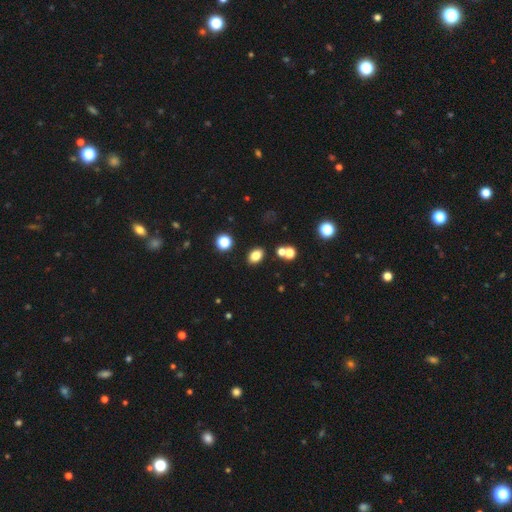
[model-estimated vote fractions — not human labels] Smooth or featured? Predicted: smooth (p=0.79). How rounded? Predicted: in between (p=0.74). Merging? Predicted: none (p=0.82).